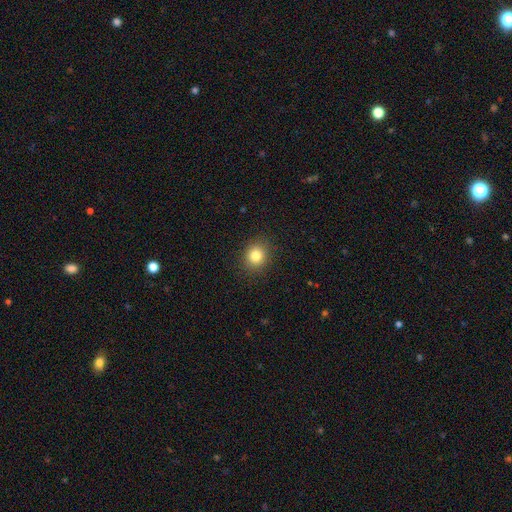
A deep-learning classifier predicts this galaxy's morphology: Overall: smooth (82%). How rounded: round (73%). Merging: none (89%).